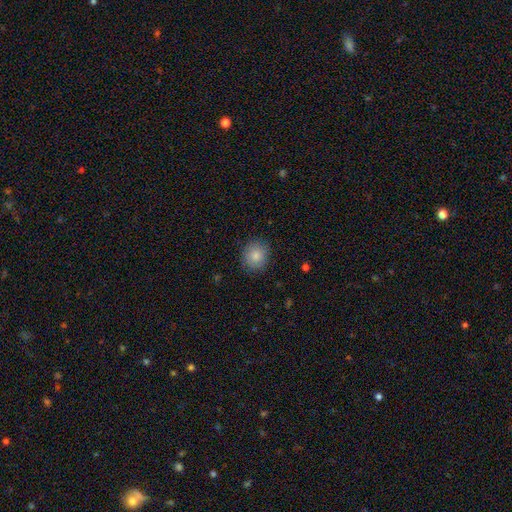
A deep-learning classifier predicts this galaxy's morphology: A smooth galaxy with no disk features (84%) that is round (82%). Merging: none (88%).